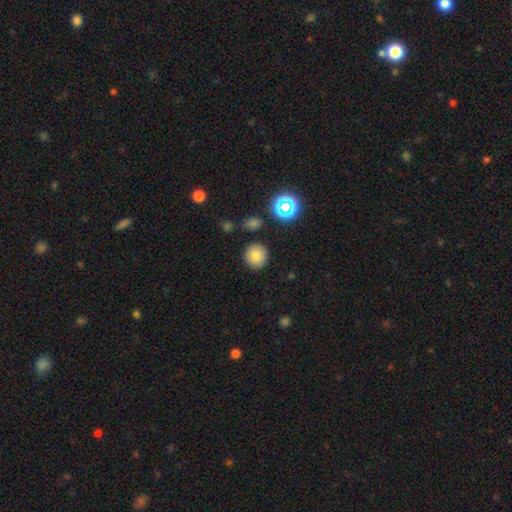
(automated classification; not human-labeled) smooth_or_featured: smooth (p=0.76) [alt: star or artifact p=0.14]
how_rounded: round (p=0.91) [alt: in between p=0.08]
merging: none (p=0.88) [alt: minor disturbance p=0.07]